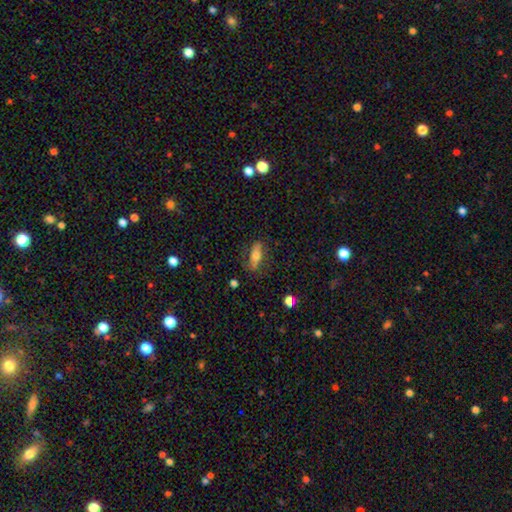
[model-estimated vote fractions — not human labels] This appears to be a smooth galaxy with no disk features (60%) that is in between round and cigar-shaped (61%). Merging: none (72%).